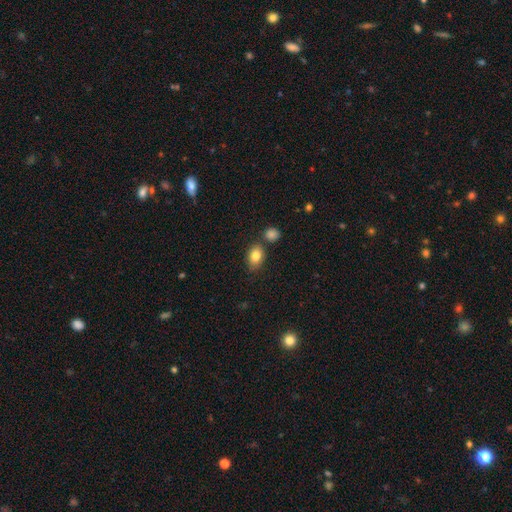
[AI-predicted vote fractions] This is clearly a smooth galaxy (83%). How rounded: clearly in between (80%). Merging: likely none (72%).